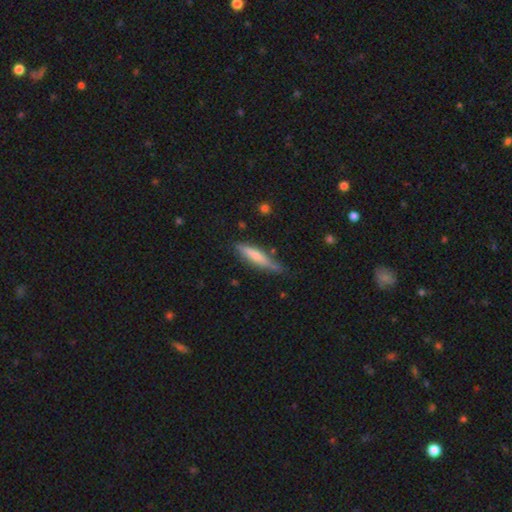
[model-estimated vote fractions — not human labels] A smooth galaxy with no disk features (56%) that is cigar-shaped (83%).

Vote fractions:
- Smooth or featured? smooth: 56% / featured or disk: 38% / star or artifact: 6%
- How rounded? cigar-shaped: 83% / in between: 16% / round: 2%
- Merging? none: 67% / minor disturbance: 25% / major disturbance: 5% / merger: 3%